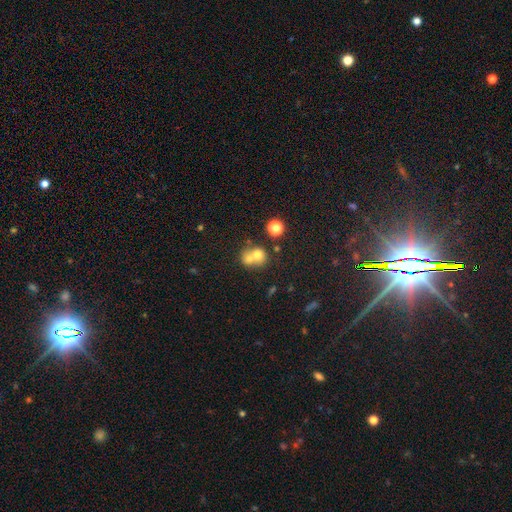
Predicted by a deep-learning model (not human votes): Smooth or featured? Predicted: smooth (p=0.66). How rounded? Predicted: round (p=0.72). Merging? Predicted: merger (p=0.63).